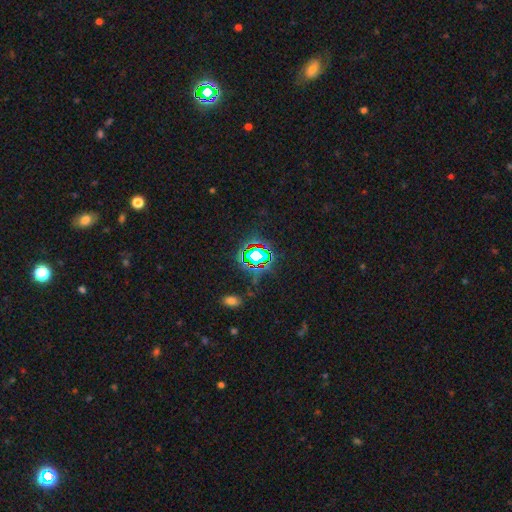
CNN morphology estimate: A star or artifact, not a galaxy (74%).

Vote fractions:
- Smooth or featured? star or artifact: 74% / smooth: 15% / featured or disk: 11%